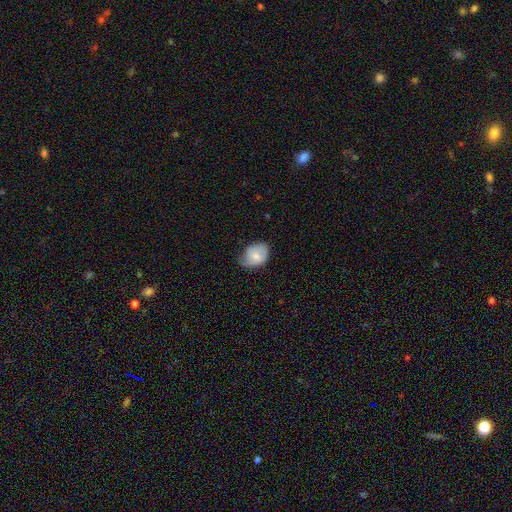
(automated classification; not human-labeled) Q: Smooth or featured?
A: smooth (71%); runner-up: featured or disk (22%)
Q: How rounded?
A: in between (71%); runner-up: round (28%)
Q: Merging?
A: none (50%); runner-up: minor disturbance (39%)